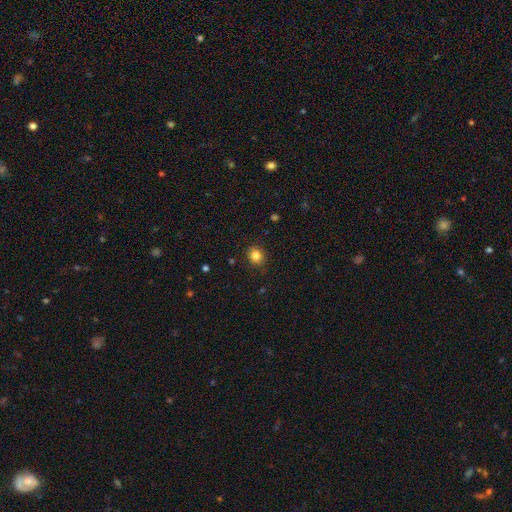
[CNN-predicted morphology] A smooth galaxy with no disk features (84%) that is round (74%).

Vote fractions:
- Smooth or featured? smooth: 84% / star or artifact: 11% / featured or disk: 5%
- How rounded? round: 74% / in between: 25% / cigar-shaped: 1%
- Merging? none: 89% / minor disturbance: 8% / major disturbance: 2% / merger: 1%